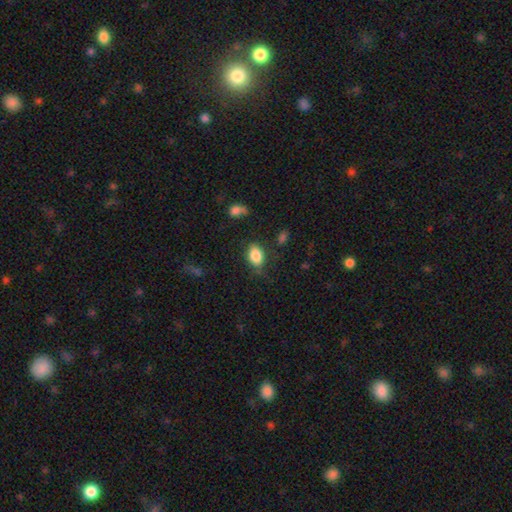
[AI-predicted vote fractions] Smooth or featured: smooth — 85% (star or artifact — 8%)
How rounded: in between — 80% (round — 19%)
Merging: none — 71% (minor disturbance — 20%)